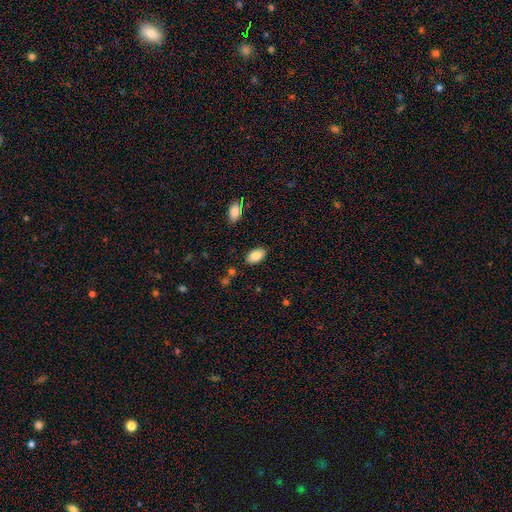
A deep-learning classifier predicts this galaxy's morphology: Smooth or featured? Predicted: smooth (p=0.86). How rounded? Predicted: in between (p=0.94). Merging? Predicted: none (p=0.85).